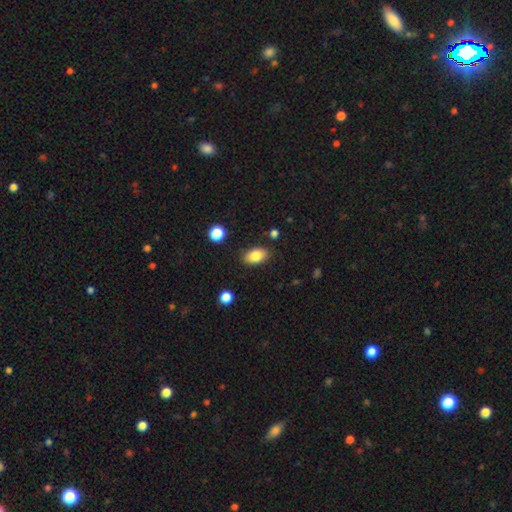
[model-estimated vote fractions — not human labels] Smooth or featured? smooth (84%)
How rounded? in between (89%)
Merging? none (84%)